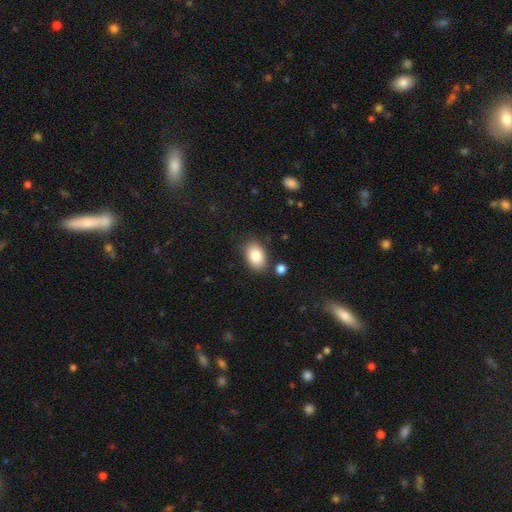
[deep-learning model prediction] Morphology: type=smooth (85%); roundness=in between (86%); merging=none (80%).